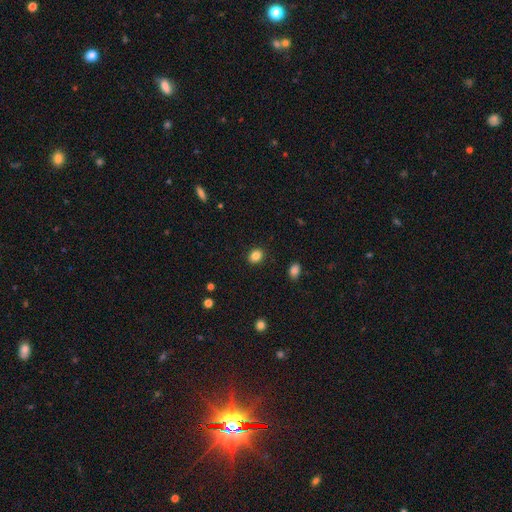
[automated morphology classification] Q: Smooth or featured?
A: smooth (85%); runner-up: star or artifact (10%)
Q: How rounded?
A: round (59%); runner-up: in between (40%)
Q: Merging?
A: none (90%); runner-up: minor disturbance (7%)